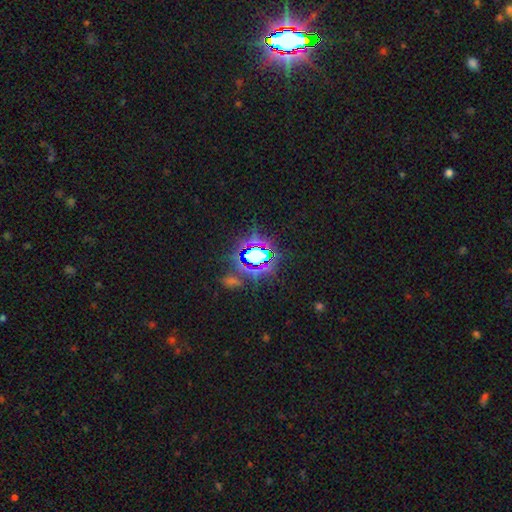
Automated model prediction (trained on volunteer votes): smooth-or-featured: star or artifact: 75% | smooth: 15% | featured or disk: 10%